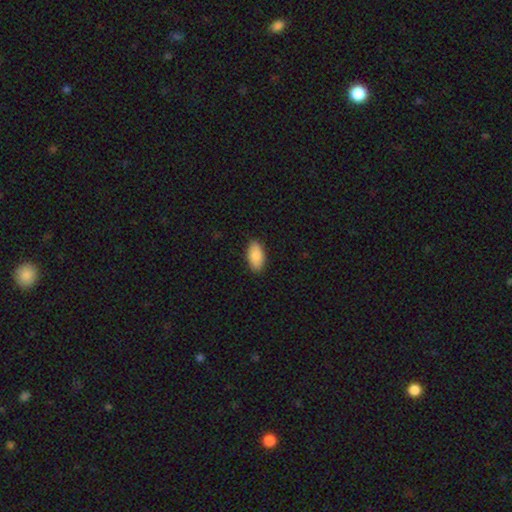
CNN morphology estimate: Q: Smooth or featured?
A: smooth (87%); runner-up: featured or disk (7%)
Q: How rounded?
A: in between (94%); runner-up: cigar-shaped (3%)
Q: Merging?
A: none (88%); runner-up: minor disturbance (9%)